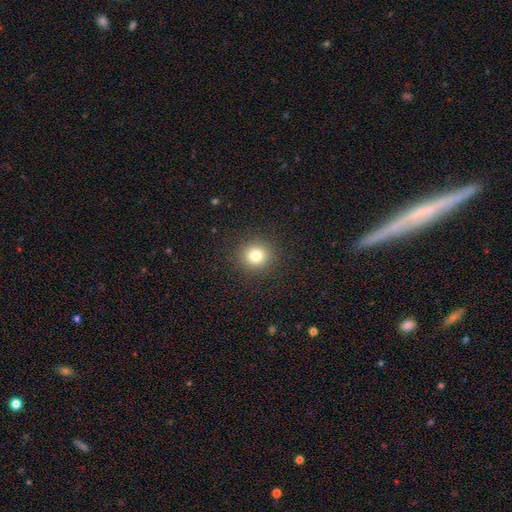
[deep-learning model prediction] smooth-or-featured: smooth: 79% | star or artifact: 13% | featured or disk: 8%
  how-rounded: round: 91% | in between: 8% | cigar-shaped: 1%
  merging: none: 91% | minor disturbance: 6% | major disturbance: 2% | merger: 1%